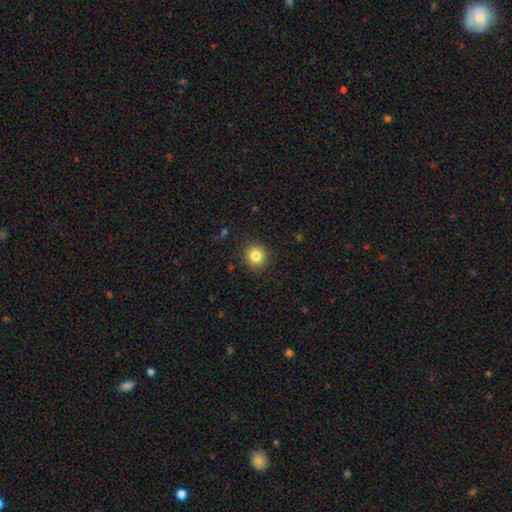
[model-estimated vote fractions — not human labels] smooth-or-featured: smooth: 83% | star or artifact: 11% | featured or disk: 6%
  how-rounded: round: 91% | in between: 8% | cigar-shaped: 1%
  merging: none: 90% | minor disturbance: 7% | major disturbance: 2% | merger: 1%